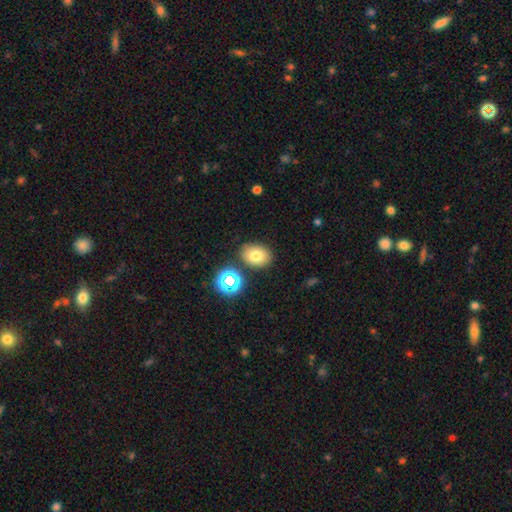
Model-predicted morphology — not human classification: The model was most divided on "how rounded": in between: 66%, round: 33%, cigar-shaped: 1%. More confident: merging — none (82%); smooth or featured — smooth (75%).